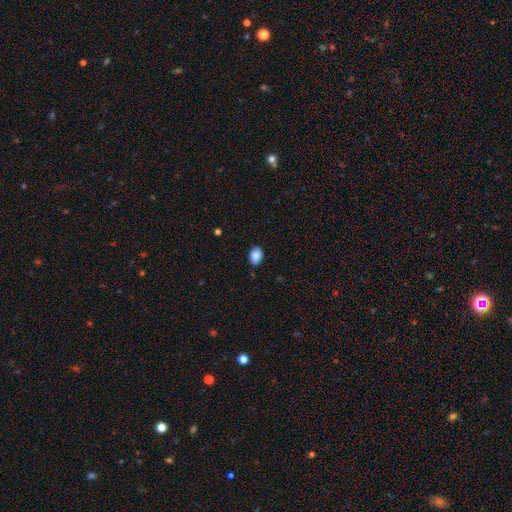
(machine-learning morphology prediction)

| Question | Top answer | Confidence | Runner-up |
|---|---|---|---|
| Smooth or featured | smooth | 88% | star or artifact (8%) |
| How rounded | in between | 75% | round (24%) |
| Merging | none | 87% | minor disturbance (10%) |